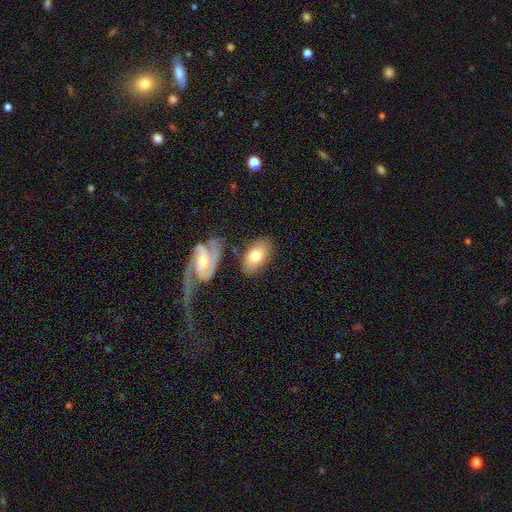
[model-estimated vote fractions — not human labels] Q: Smooth or featured?
A: smooth (68%); runner-up: featured or disk (27%)
Q: How rounded?
A: in between (90%); runner-up: round (7%)
Q: Merging?
A: none (70%); runner-up: minor disturbance (16%)